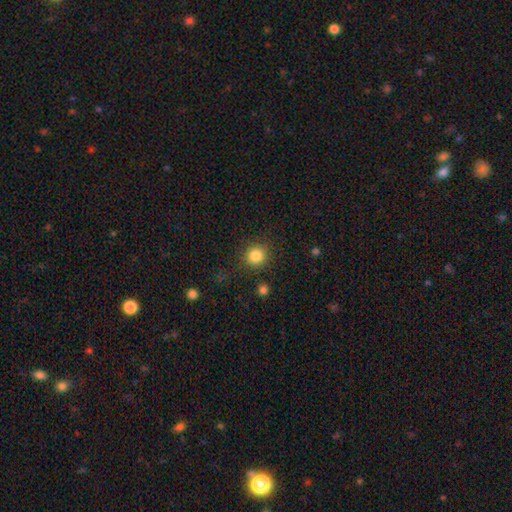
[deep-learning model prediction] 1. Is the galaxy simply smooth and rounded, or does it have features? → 85% smooth, 11% star or artifact, 4% featured or disk.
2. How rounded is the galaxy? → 91% round, 8% in between, 1% cigar-shaped.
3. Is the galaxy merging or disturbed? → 85% none, 8% minor disturbance, 4% major disturbance, 3% merger.